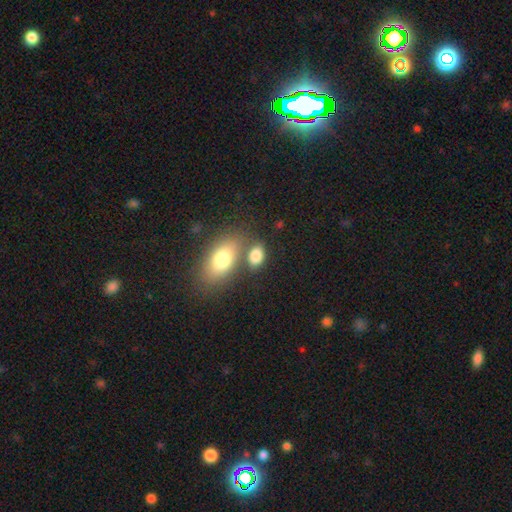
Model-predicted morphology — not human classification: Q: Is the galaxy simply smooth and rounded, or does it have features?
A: smooth — 82%.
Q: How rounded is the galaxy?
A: in between — 85%.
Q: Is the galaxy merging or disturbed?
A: none — 56%.